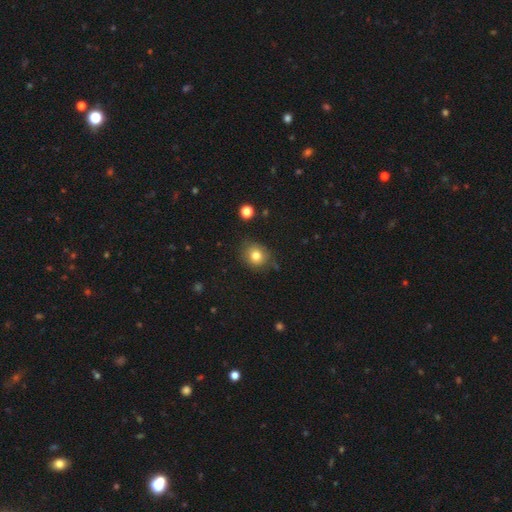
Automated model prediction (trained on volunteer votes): The model was most divided on "how rounded": round: 78%, in between: 21%, cigar-shaped: 1%. More confident: smooth or featured — smooth (79%); merging — none (78%).